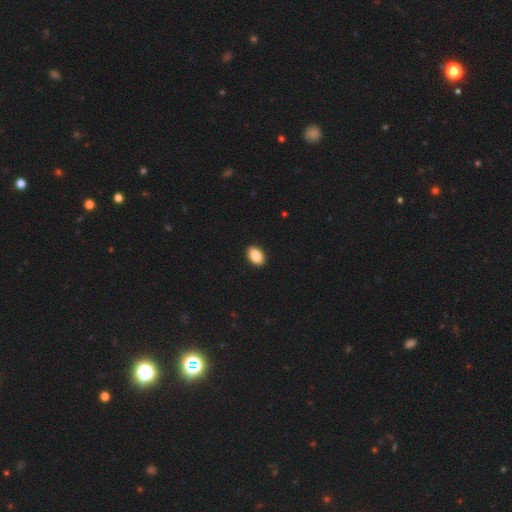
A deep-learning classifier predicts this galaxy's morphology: Smooth or featured? Predicted: smooth (p=0.87). How rounded? Predicted: in between (p=0.90). Merging? Predicted: none (p=0.92).